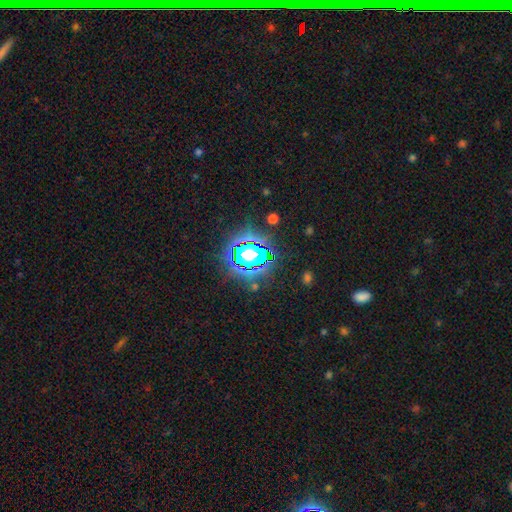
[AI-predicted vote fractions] A star or artifact, not a galaxy (76%).

Vote fractions:
- Smooth or featured? star or artifact: 76% / smooth: 15% / featured or disk: 9%